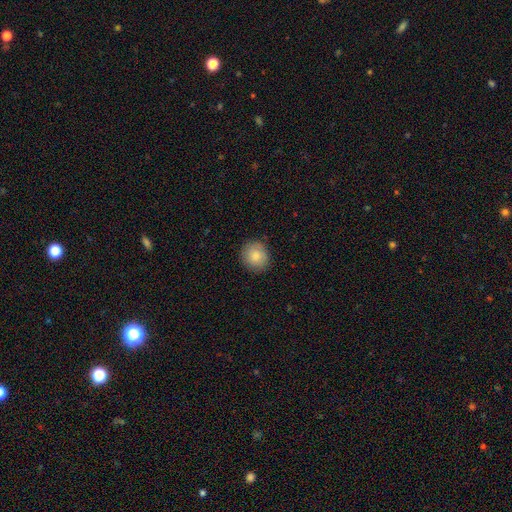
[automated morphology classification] Smooth or featured: smooth — 84% (featured or disk — 8%)
How rounded: round — 84% (in between — 16%)
Merging: none — 87% (minor disturbance — 10%)